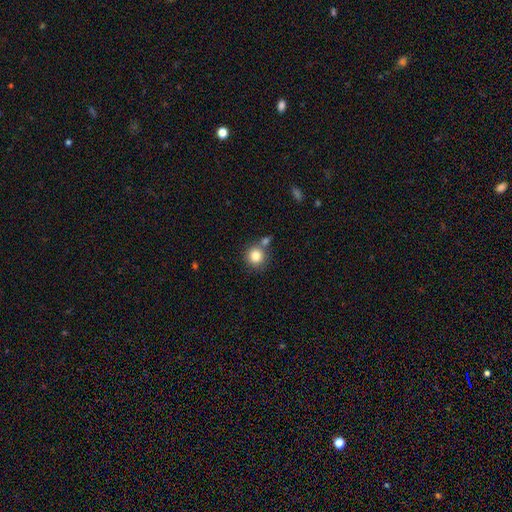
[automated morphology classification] A smooth galaxy with no disk features (83%) that is round (91%).

Vote fractions:
- Smooth or featured? smooth: 83% / star or artifact: 10% / featured or disk: 7%
- How rounded? round: 91% / in between: 8% / cigar-shaped: 1%
- Merging? none: 67% / merger: 20% / minor disturbance: 10% / major disturbance: 3%